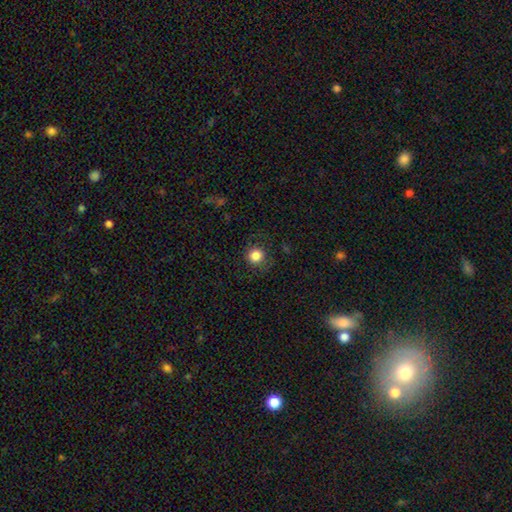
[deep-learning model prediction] A smooth galaxy with no disk features (85%) that is round (92%). Merging: none (84%).